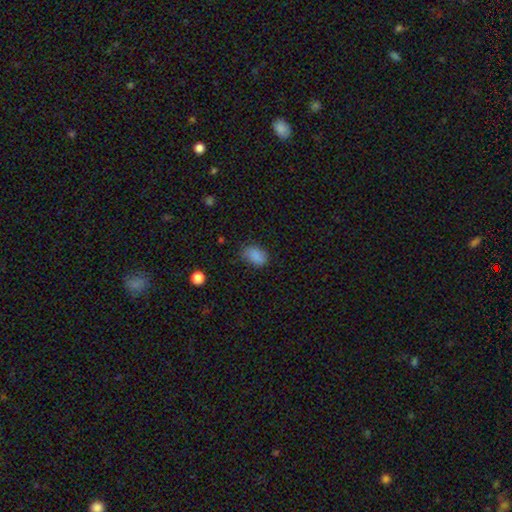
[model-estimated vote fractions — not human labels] smooth-or-featured: smooth: 86% | star or artifact: 9% | featured or disk: 4%
  how-rounded: in between: 84% | round: 14% | cigar-shaped: 1%
  merging: none: 71% | minor disturbance: 23% | major disturbance: 5% | merger: 1%